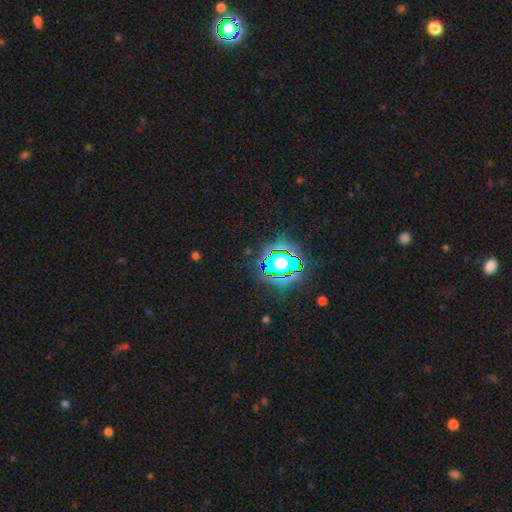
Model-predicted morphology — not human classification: smooth-or-featured: star or artifact: 78% | smooth: 14% | featured or disk: 8%